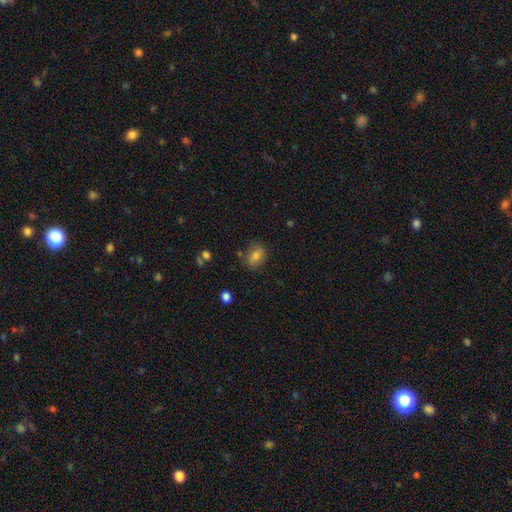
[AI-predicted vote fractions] The model was most divided on "how rounded": in between: 65%, round: 33%, cigar-shaped: 2%. More confident: merging — none (75%); smooth or featured — smooth (75%).